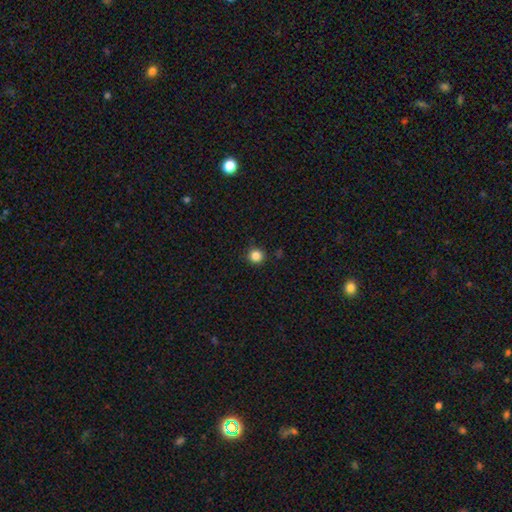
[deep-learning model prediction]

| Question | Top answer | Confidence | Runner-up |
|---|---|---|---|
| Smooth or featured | smooth | 85% | star or artifact (11%) |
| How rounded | round | 94% | in between (5%) |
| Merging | none | 91% | minor disturbance (6%) |